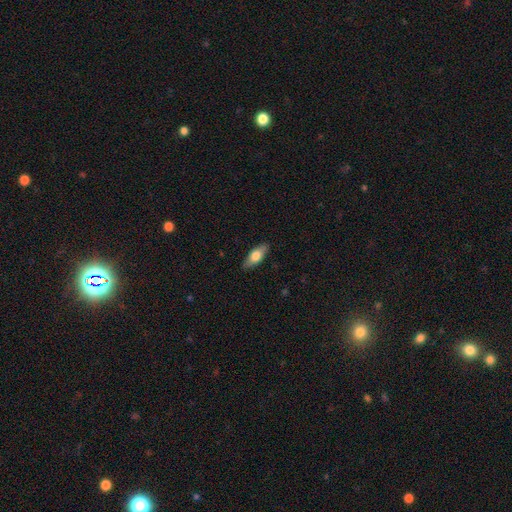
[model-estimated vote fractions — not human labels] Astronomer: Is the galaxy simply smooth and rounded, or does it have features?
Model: smooth — 66%.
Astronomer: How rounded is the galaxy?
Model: in between — 72%.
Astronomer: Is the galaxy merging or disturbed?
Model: none — 86%.